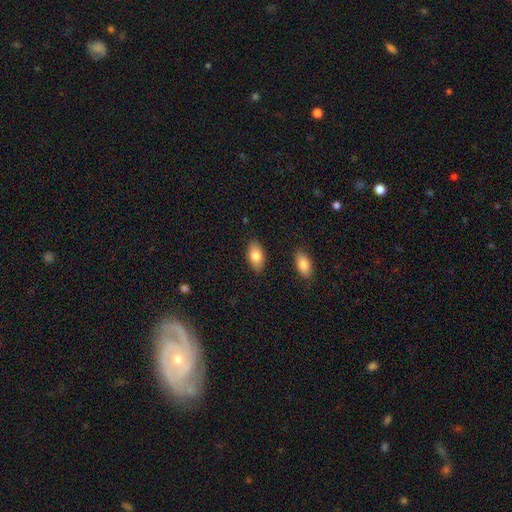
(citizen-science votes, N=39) This is clearly a smooth galaxy (82%). How rounded: clearly in between (91%). Merging: clearly none (89%).